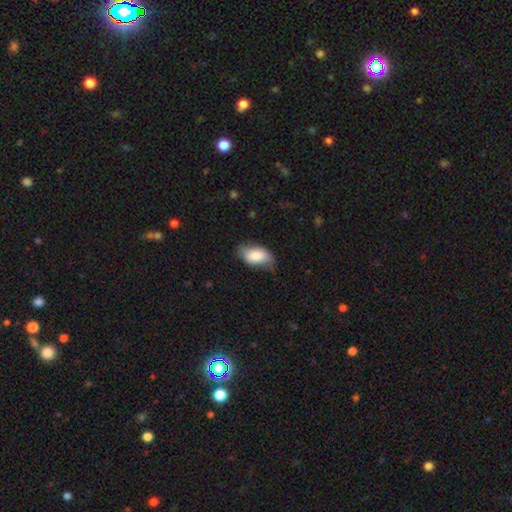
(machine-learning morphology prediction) smooth_or_featured: smooth (p=0.79) [alt: featured or disk p=0.15]
how_rounded: in between (p=0.94) [alt: round p=0.04]
merging: none (p=0.62) [alt: minor disturbance p=0.29]